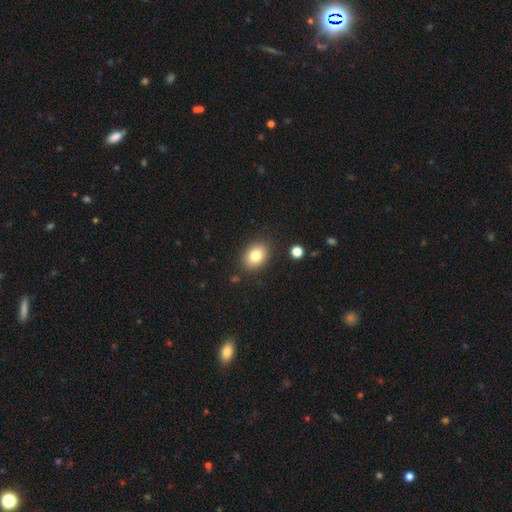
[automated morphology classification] Smooth or featured?
  - smooth: 81% *
  - featured or disk: 10%
  - star or artifact: 9%
How rounded?
  - in between: 69% *
  - round: 30%
  - cigar-shaped: 1%
Merging?
  - none: 86% *
  - minor disturbance: 9%
  - major disturbance: 3%
  - merger: 2%